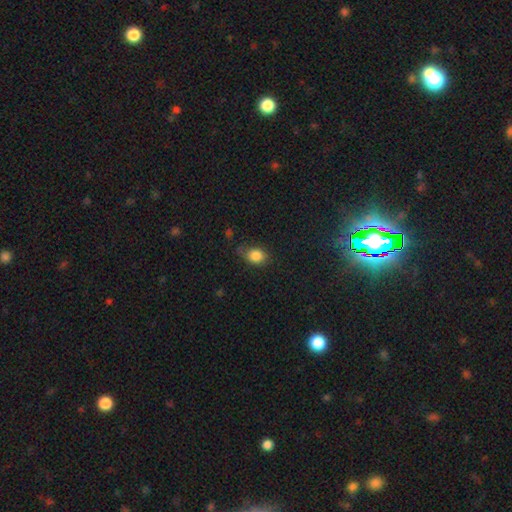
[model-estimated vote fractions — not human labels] The model was most divided on "how rounded": in between: 62%, round: 37%, cigar-shaped: 2%. More confident: smooth or featured — smooth (84%); merging — none (64%).